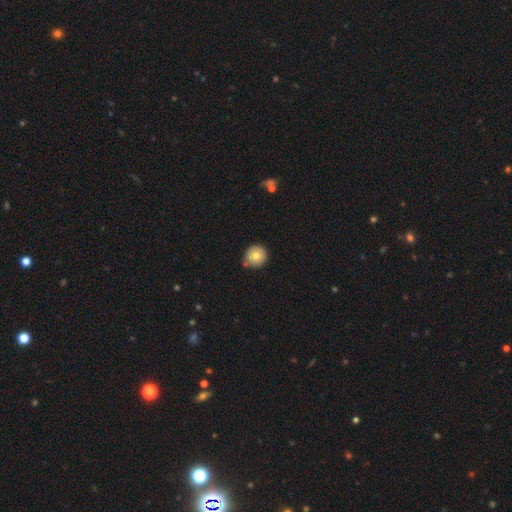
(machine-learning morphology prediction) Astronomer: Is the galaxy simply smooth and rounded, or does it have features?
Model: smooth — 77%.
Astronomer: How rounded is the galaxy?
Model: round — 94%.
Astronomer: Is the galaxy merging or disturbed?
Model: none — 76%.